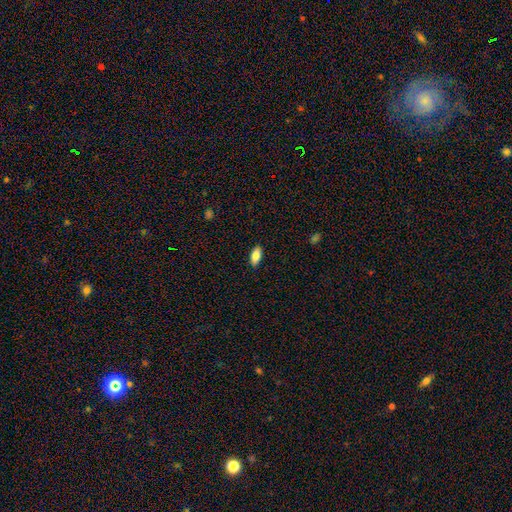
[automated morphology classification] This appears to be a smooth galaxy with no disk features (83%) that is in between round and cigar-shaped (87%). Merging: none (89%).